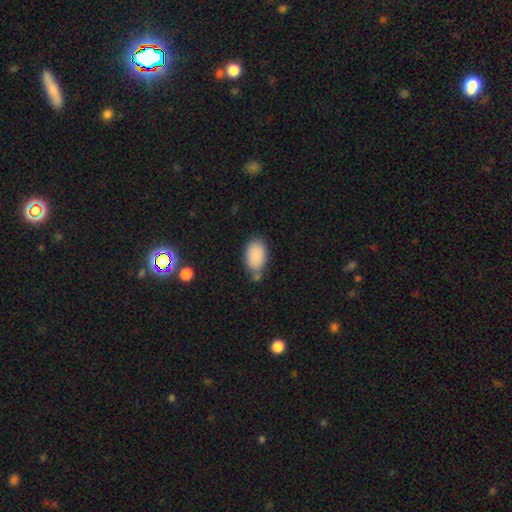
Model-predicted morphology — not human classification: type=smooth (88%); roundness=in between (91%); merging=none (64%).